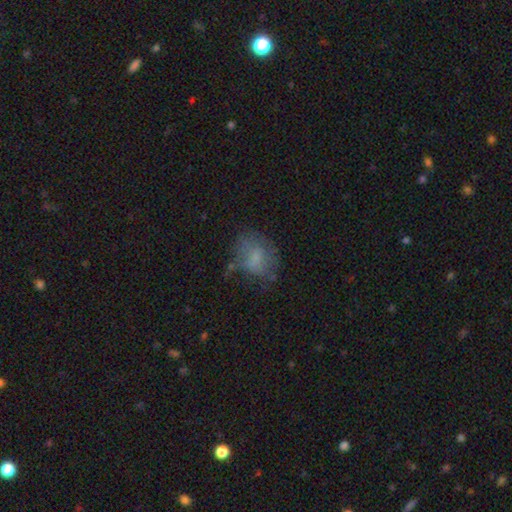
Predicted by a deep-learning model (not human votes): Smooth or featured? Predicted: smooth (p=0.64). How rounded? Predicted: in between (p=0.60). Merging? Predicted: none (p=0.52).